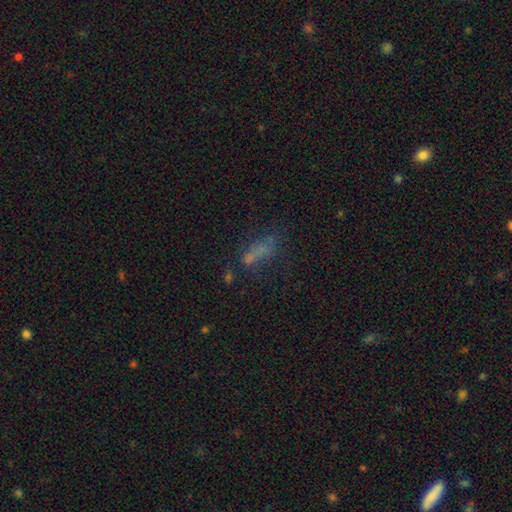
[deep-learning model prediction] The model was most divided on "how rounded": in between: 47%, cigar-shaped: 46%, round: 7%. More confident: merging — none (54%); smooth or featured — smooth (51%).